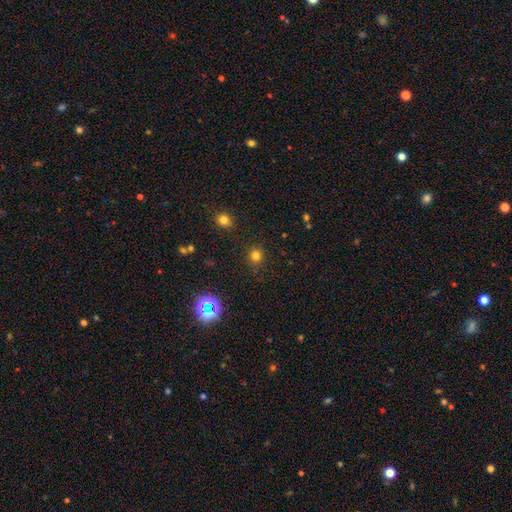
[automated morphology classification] Smooth or featured? Predicted: smooth (p=0.76). How rounded? Predicted: round (p=0.90). Merging? Predicted: none (p=0.88).